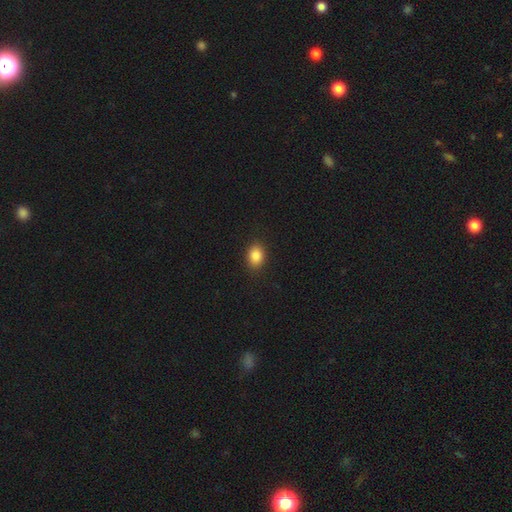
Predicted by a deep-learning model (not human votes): A smooth galaxy with no disk features (86%) that is in between round and cigar-shaped (65%). Merging: none (89%).